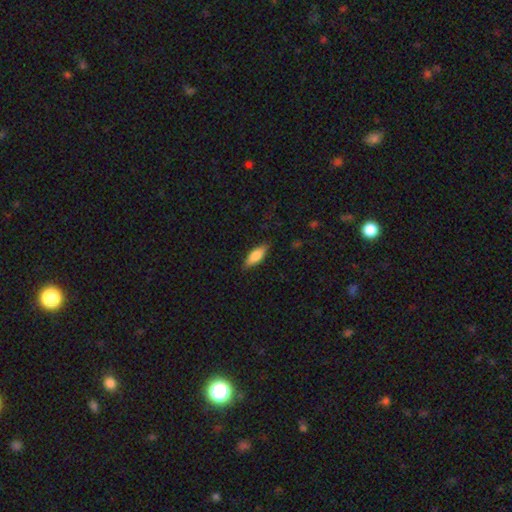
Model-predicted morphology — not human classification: smooth 76%, featured or disk 18%, star or artifact 6%. Down the decision tree: how rounded — in between (63%); merging — none (85%).